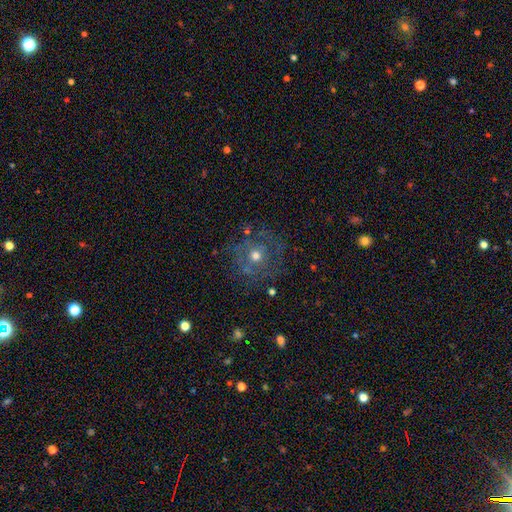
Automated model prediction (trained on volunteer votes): Smooth or featured? featured or disk (45%)
Merging? none (71%)